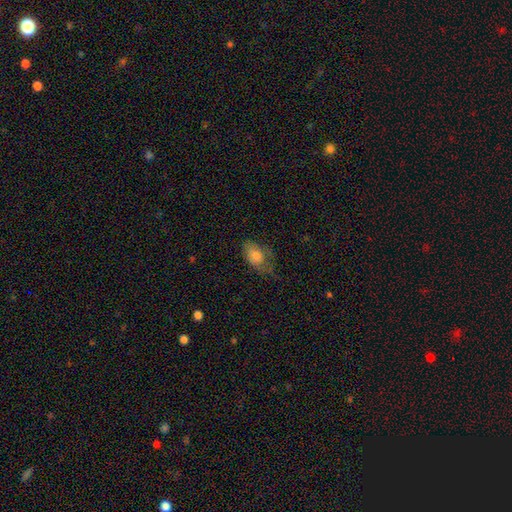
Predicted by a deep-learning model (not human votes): This is likely a smooth galaxy (66%). How rounded: clearly in between (87%). Merging: marginally none (43%).